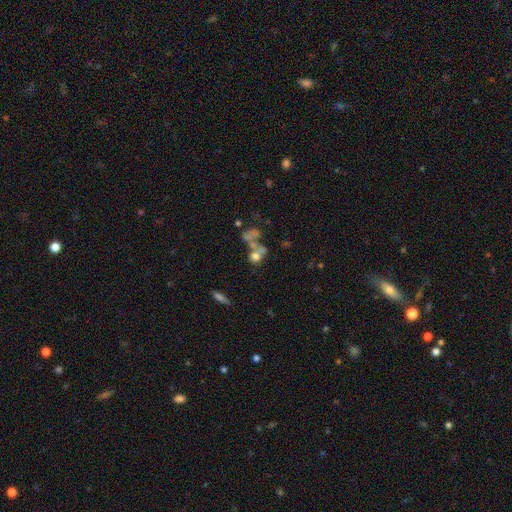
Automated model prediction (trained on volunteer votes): A smooth galaxy with no disk features (55%) that is round (62%).

Vote fractions:
- Smooth or featured? smooth: 55% / featured or disk: 28% / star or artifact: 16%
- How rounded? round: 62% / in between: 36% / cigar-shaped: 3%
- Merging? merger: 48% / none: 26% / major disturbance: 17% / minor disturbance: 9%